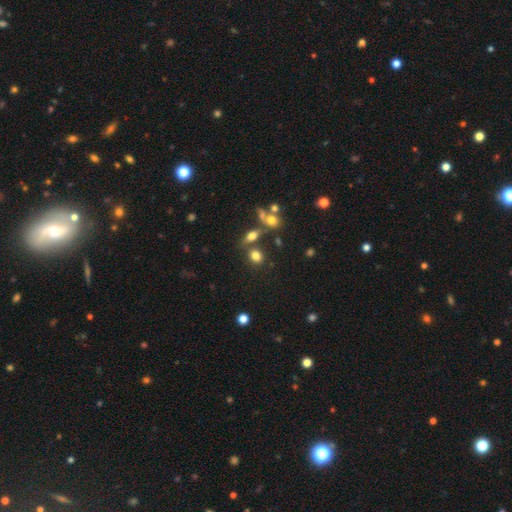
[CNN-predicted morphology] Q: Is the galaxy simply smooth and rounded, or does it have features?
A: smooth — 77%.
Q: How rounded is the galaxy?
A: round — 58%.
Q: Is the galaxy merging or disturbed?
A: none — 63%.